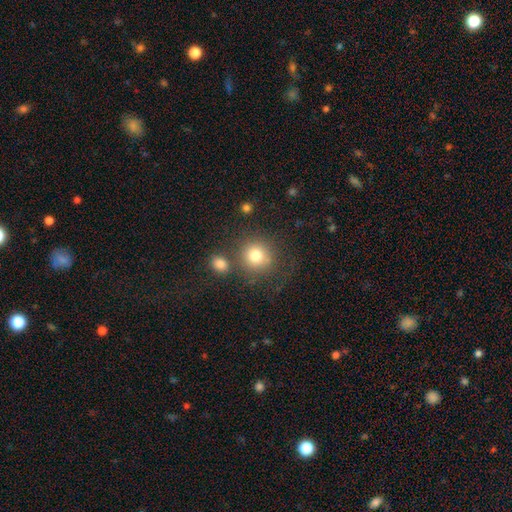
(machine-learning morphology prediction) Smooth or featured?
  - smooth: 78% *
  - star or artifact: 12%
  - featured or disk: 10%
How rounded?
  - round: 89% *
  - in between: 10%
  - cigar-shaped: 1%
Merging?
  - none: 69% *
  - merger: 13%
  - minor disturbance: 12%
  - major disturbance: 6%